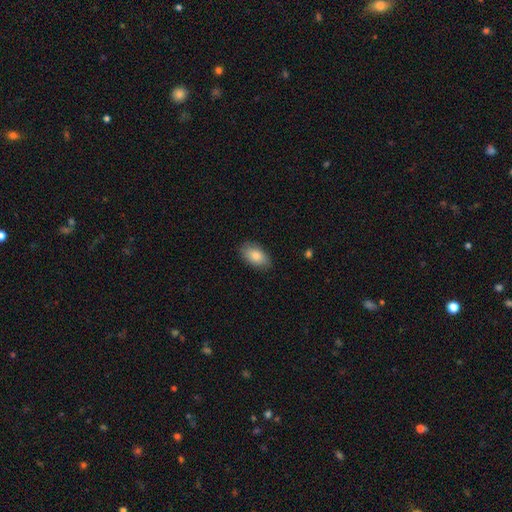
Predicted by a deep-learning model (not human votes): This appears to be a smooth galaxy with no disk features (83%) that is in between round and cigar-shaped (93%). Merging: none (86%).